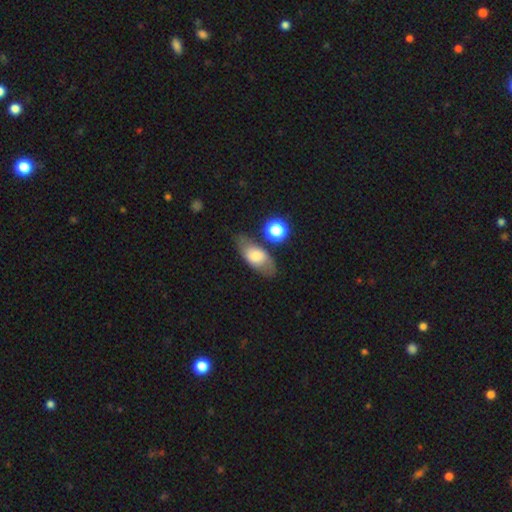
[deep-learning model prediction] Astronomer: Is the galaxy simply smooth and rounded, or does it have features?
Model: smooth — 61%.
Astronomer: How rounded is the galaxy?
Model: in between — 81%.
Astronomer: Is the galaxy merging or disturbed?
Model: none — 64%.